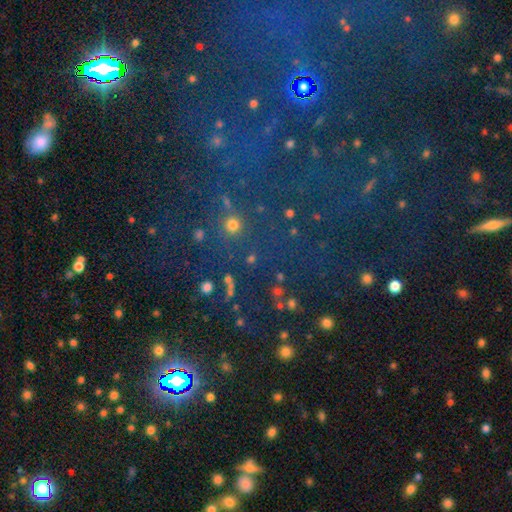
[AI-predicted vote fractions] Smooth or featured?
  - star or artifact: 55% *
  - smooth: 36%
  - featured or disk: 9%